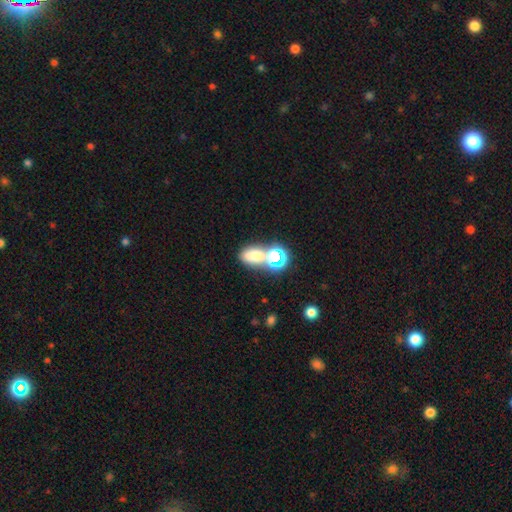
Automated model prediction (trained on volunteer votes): Smooth or featured? smooth (67%)
How rounded? in between (73%)
Merging? none (47%)